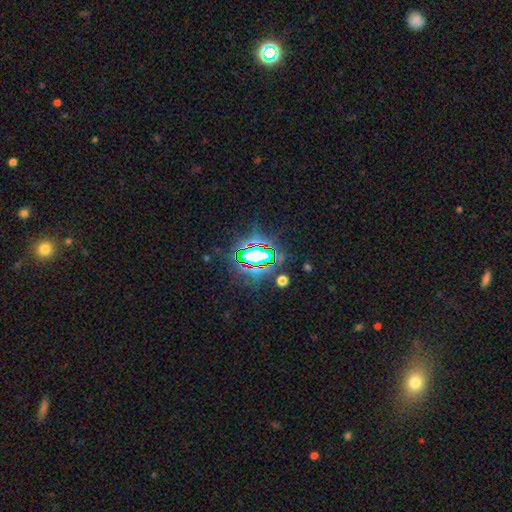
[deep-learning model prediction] smooth-or-featured: star or artifact: 70% | smooth: 18% | featured or disk: 12%